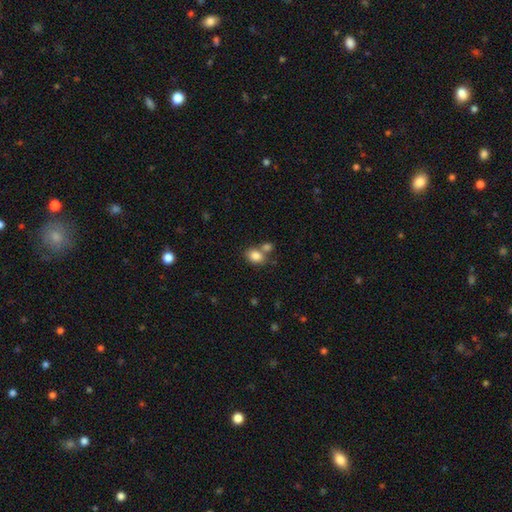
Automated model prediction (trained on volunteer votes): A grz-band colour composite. It shows a smooth galaxy with no disk features (84%) that is in between round and cigar-shaped (63%). Merging: none (52%).